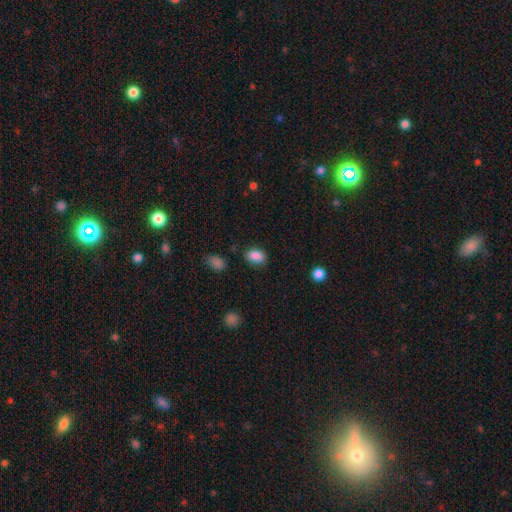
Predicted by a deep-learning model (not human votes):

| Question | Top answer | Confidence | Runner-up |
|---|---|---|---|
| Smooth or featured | smooth | 87% | star or artifact (9%) |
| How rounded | in between | 80% | round (18%) |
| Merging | none | 80% | minor disturbance (14%) |